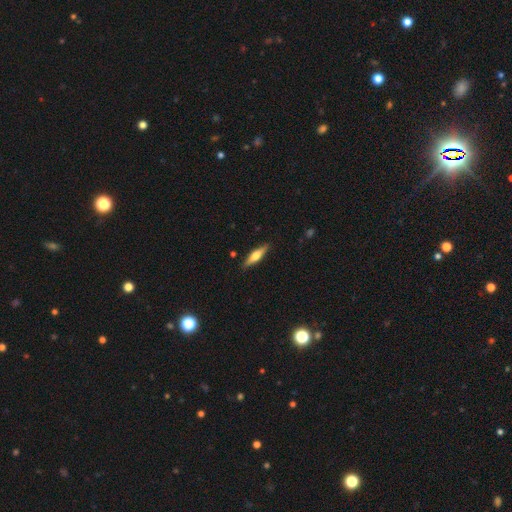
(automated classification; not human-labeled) smooth-or-featured: featured or disk: 52% | smooth: 42% | star or artifact: 6%
  disk-edge-on: yes: 95% | no: 5%
  merging: none: 88% | minor disturbance: 9% | major disturbance: 2% | merger: 1%